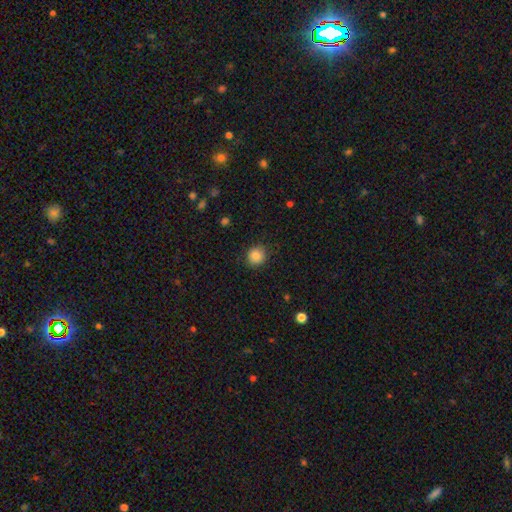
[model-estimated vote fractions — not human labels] This is clearly a smooth galaxy (85%). How rounded: clearly round (89%). Merging: clearly none (88%).